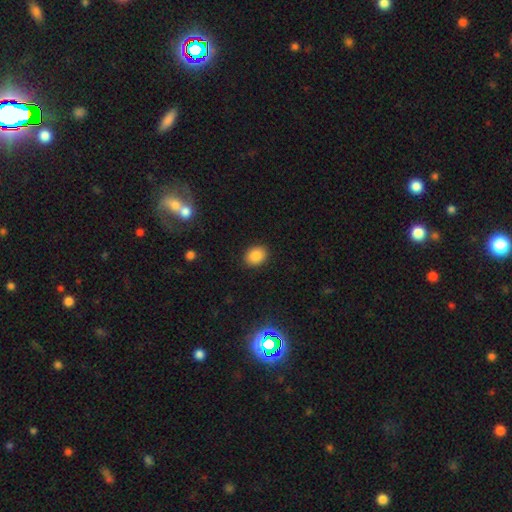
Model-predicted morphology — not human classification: smooth-or-featured: smooth: 87% | star or artifact: 9% | featured or disk: 4%
  how-rounded: in between: 53% | round: 46% | cigar-shaped: 1%
  merging: none: 90% | minor disturbance: 7% | major disturbance: 2% | merger: 1%